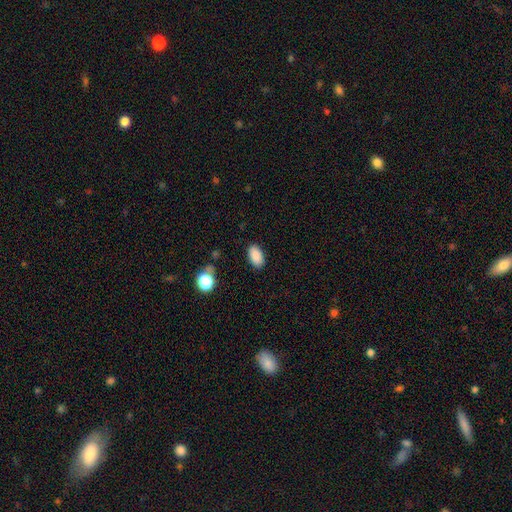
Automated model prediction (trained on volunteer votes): smooth_or_featured: smooth (p=0.88) [alt: star or artifact p=0.08]
how_rounded: in between (p=0.93) [alt: round p=0.05]
merging: none (p=0.85) [alt: minor disturbance p=0.11]